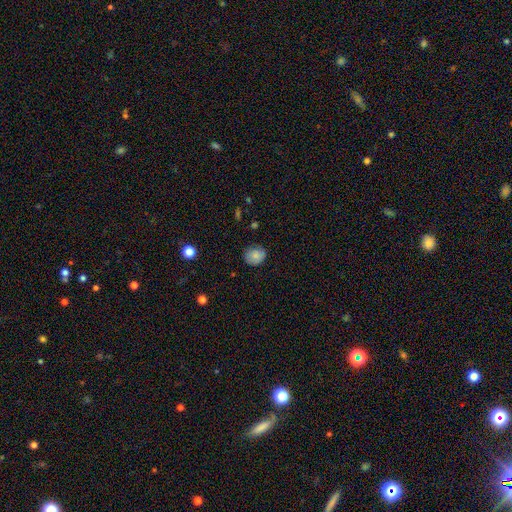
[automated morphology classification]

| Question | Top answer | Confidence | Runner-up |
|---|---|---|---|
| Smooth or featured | smooth | 77% | featured or disk (15%) |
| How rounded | round | 72% | in between (28%) |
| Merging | none | 78% | minor disturbance (17%) |